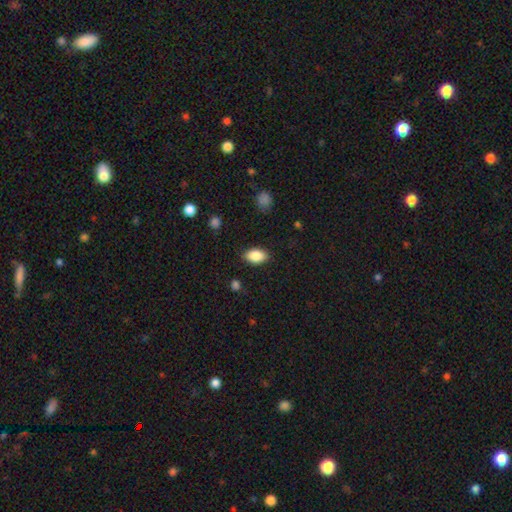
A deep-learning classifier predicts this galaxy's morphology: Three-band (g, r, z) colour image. It shows a smooth galaxy with no disk features (86%) that is in between round and cigar-shaped (91%). Merging: none (86%).